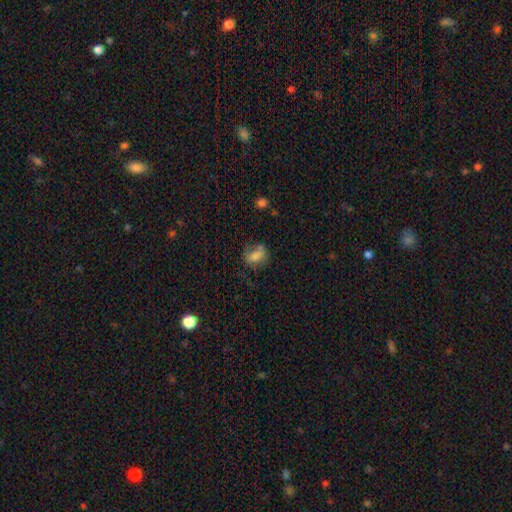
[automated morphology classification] Smooth or featured? smooth (67%)
How rounded? in between (65%)
Merging? none (47%)